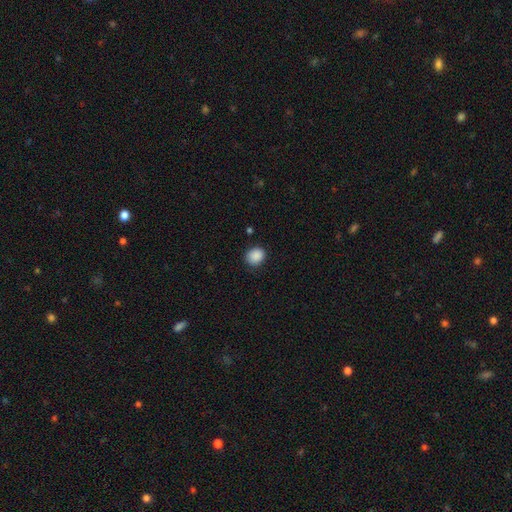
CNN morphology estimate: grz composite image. It shows a smooth galaxy with no disk features (89%) that is round (69%). Merging: none (86%).